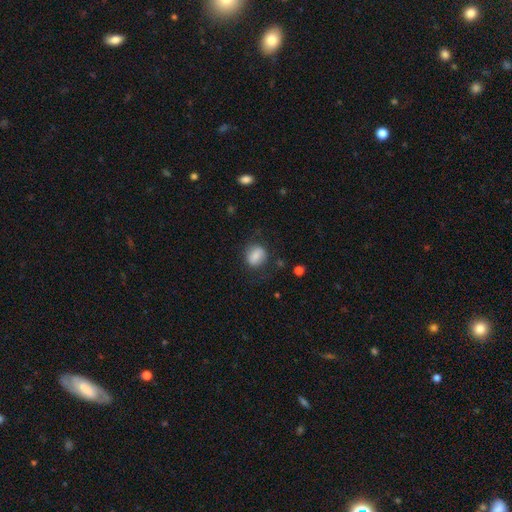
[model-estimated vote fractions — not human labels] smooth-or-featured: smooth: 77% | featured or disk: 15% | star or artifact: 8%
  how-rounded: round: 54% | in between: 45% | cigar-shaped: 2%
  merging: none: 70% | minor disturbance: 19% | major disturbance: 9% | merger: 2%